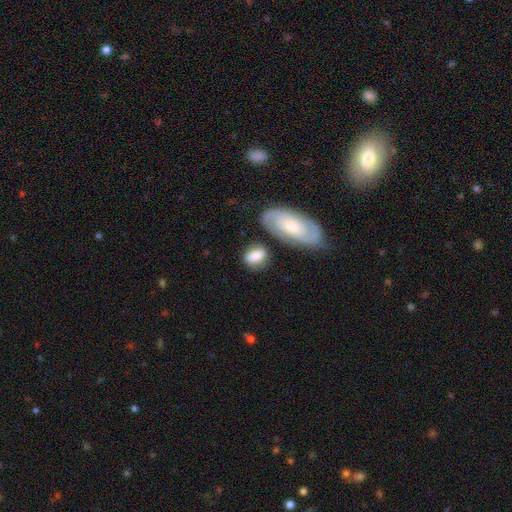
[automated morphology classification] The model was most divided on "how rounded": in between: 70%, round: 26%, cigar-shaped: 4%. More confident: smooth or featured — smooth (69%); merging — none (66%).